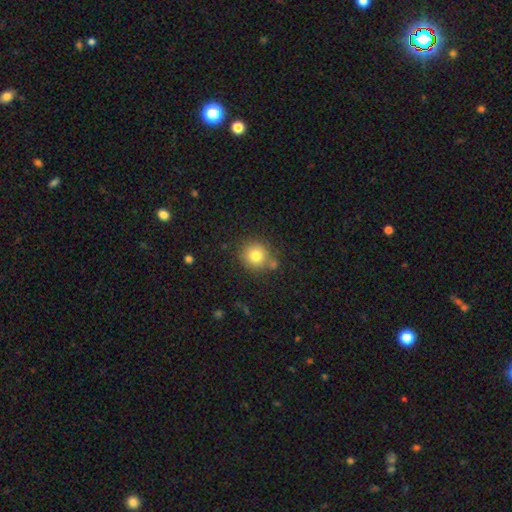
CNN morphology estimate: Smooth or featured: smooth — 79% (star or artifact — 11%)
How rounded: round — 91% (in between — 8%)
Merging: none — 76% (minor disturbance — 11%)